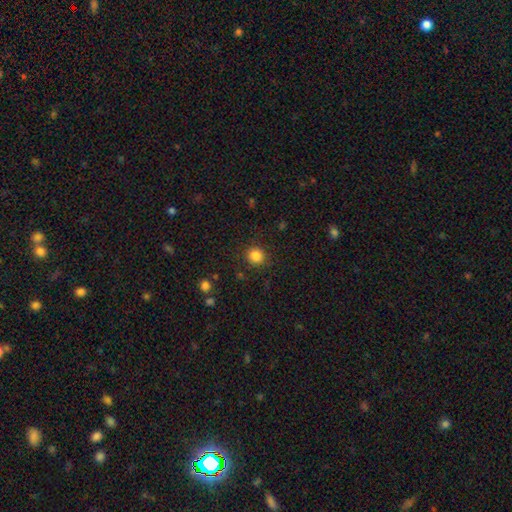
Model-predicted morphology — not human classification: Smooth or featured? smooth (84%)
How rounded? round (91%)
Merging? none (88%)